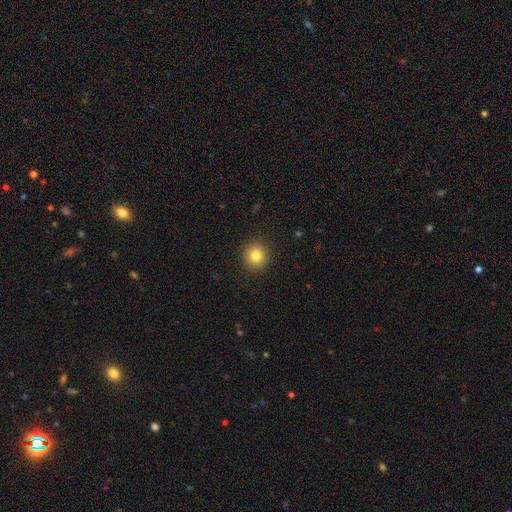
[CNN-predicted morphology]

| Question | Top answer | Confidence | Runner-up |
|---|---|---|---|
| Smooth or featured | smooth | 81% | star or artifact (11%) |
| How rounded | round | 93% | in between (7%) |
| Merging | none | 92% | minor disturbance (5%) |